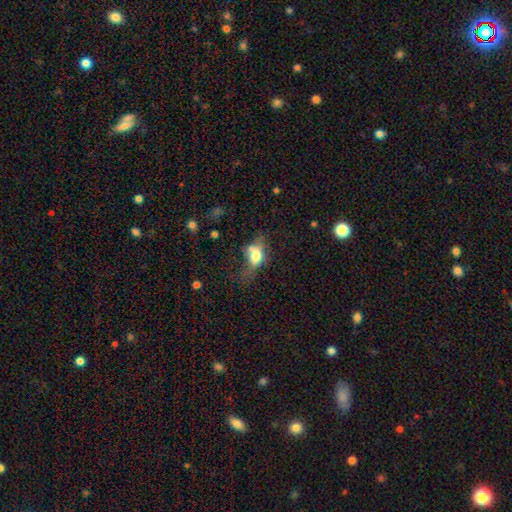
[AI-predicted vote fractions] Smooth or featured? smooth (62%)
How rounded? in between (72%)
Merging? none (29%)